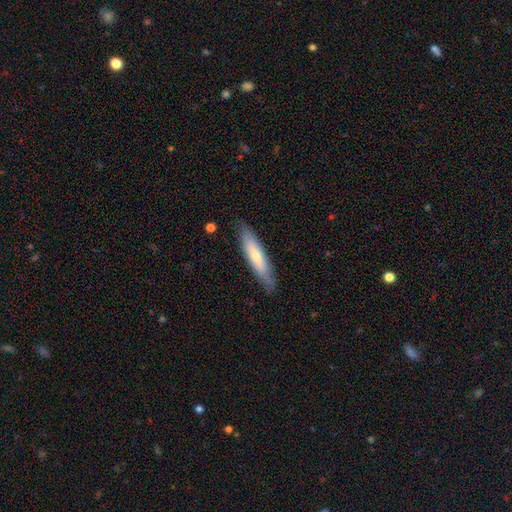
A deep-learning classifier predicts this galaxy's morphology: smooth-or-featured: smooth: 60% | featured or disk: 34% | star or artifact: 6%
  how-rounded: cigar-shaped: 82% | in between: 17% | round: 1%
  merging: none: 85% | minor disturbance: 12% | major disturbance: 2% | merger: 1%